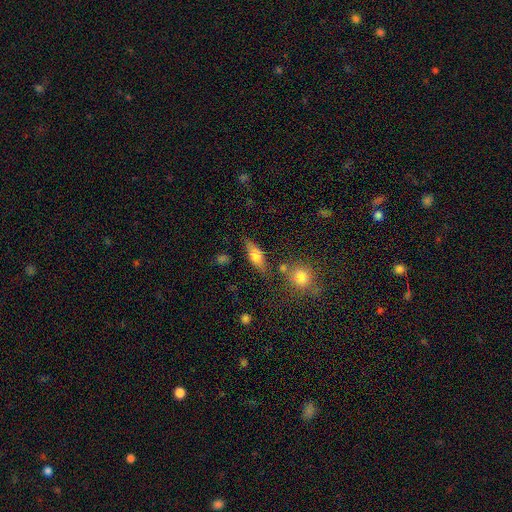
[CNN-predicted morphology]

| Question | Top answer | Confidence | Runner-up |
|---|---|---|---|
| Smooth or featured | smooth | 55% | featured or disk (36%) |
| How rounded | in between | 59% | cigar-shaped (34%) |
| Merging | none | 72% | minor disturbance (16%) |